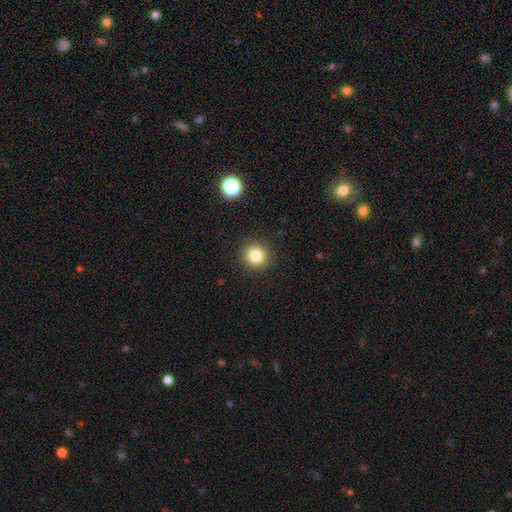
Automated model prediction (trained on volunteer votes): smooth-or-featured: smooth: 82% | star or artifact: 11% | featured or disk: 6%
  how-rounded: round: 91% | in between: 8% | cigar-shaped: 1%
  merging: none: 91% | minor disturbance: 6% | major disturbance: 2% | merger: 1%